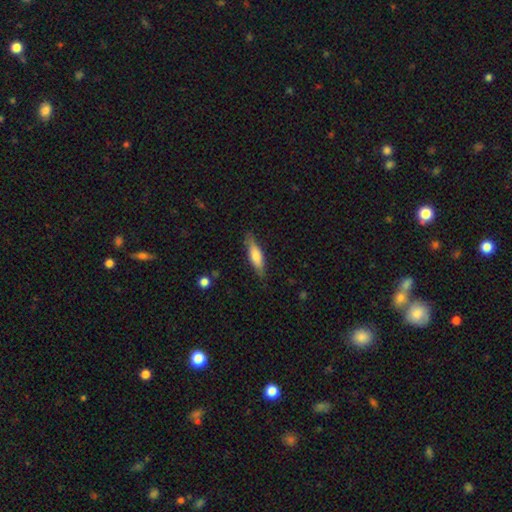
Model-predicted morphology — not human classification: Q: Smooth or featured?
A: smooth (69%); runner-up: featured or disk (25%)
Q: How rounded?
A: cigar-shaped (60%); runner-up: in between (38%)
Q: Merging?
A: none (79%); runner-up: minor disturbance (16%)